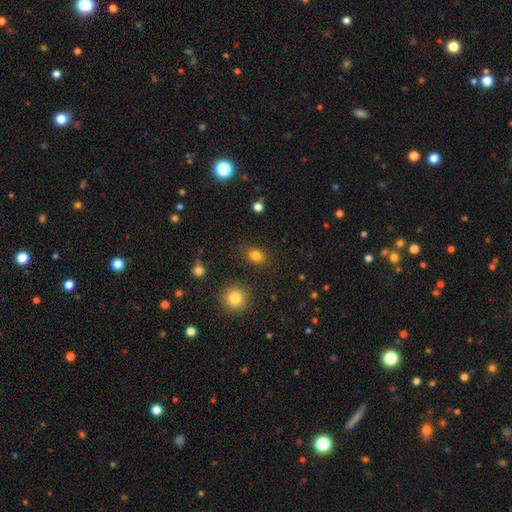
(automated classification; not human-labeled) Smooth or featured? smooth (82%)
How rounded? in between (65%)
Merging? none (85%)